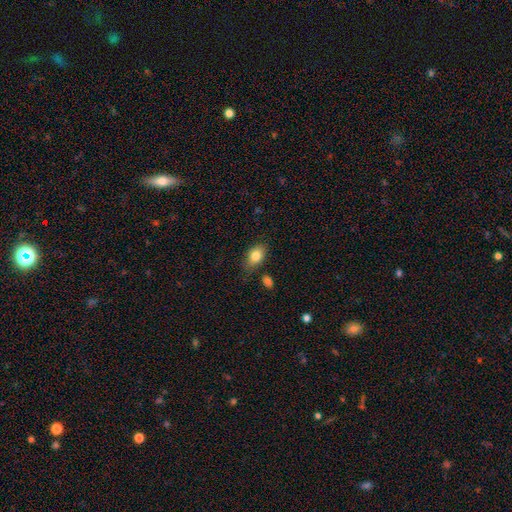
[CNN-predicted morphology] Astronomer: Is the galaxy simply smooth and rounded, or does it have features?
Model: smooth — 83%.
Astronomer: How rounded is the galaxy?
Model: in between — 83%.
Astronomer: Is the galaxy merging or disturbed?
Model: none — 73%.